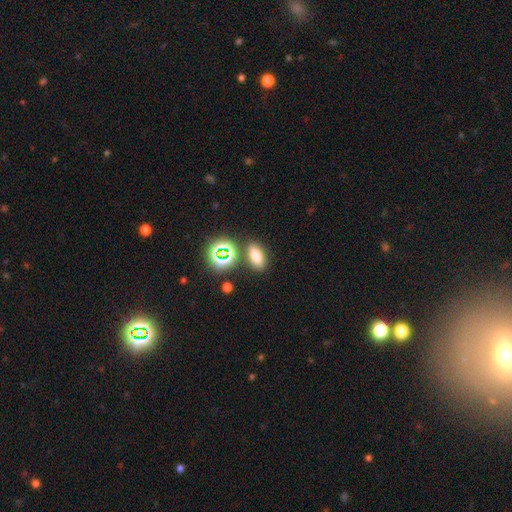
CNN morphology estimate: Smooth or featured? smooth (68%)
How rounded? in between (72%)
Merging? none (81%)